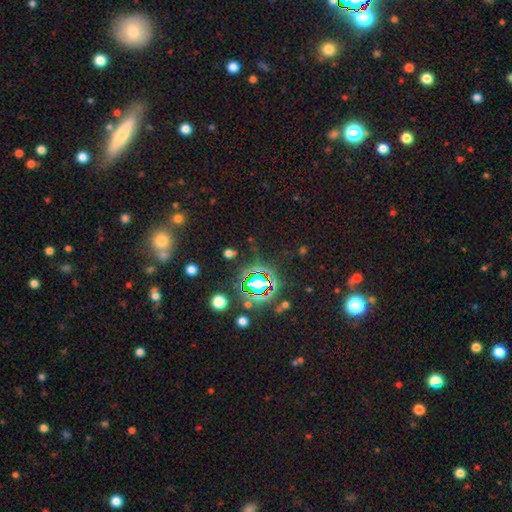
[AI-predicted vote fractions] Q: Smooth or featured?
A: star or artifact (76%); runner-up: smooth (15%)